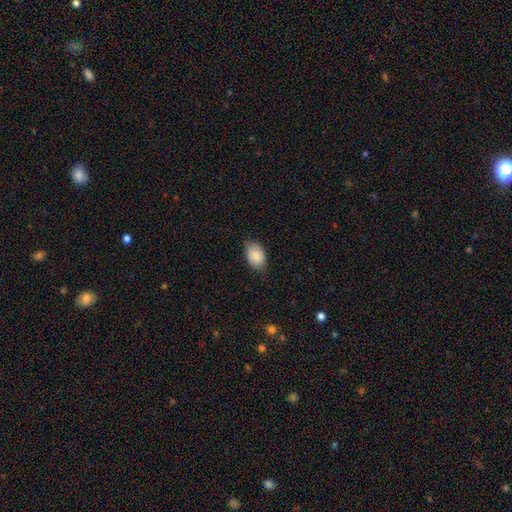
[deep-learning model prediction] Smooth or featured? Predicted: smooth (p=0.85). How rounded? Predicted: in between (p=0.89). Merging? Predicted: none (p=0.81).